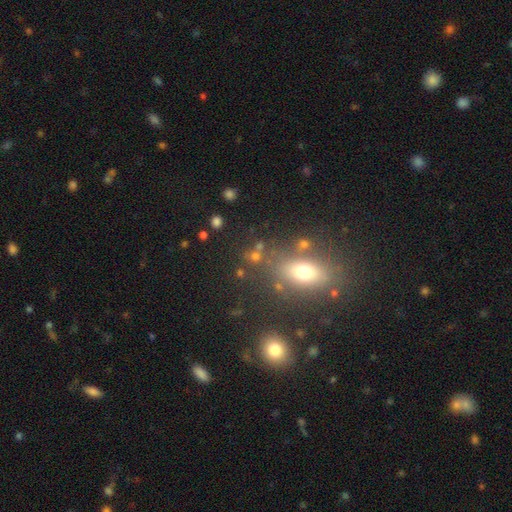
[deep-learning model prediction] Smooth or featured: smooth — 60% (star or artifact — 25%)
How rounded: in between — 53% (round — 39%)
Merging: none — 73% (minor disturbance — 11%)